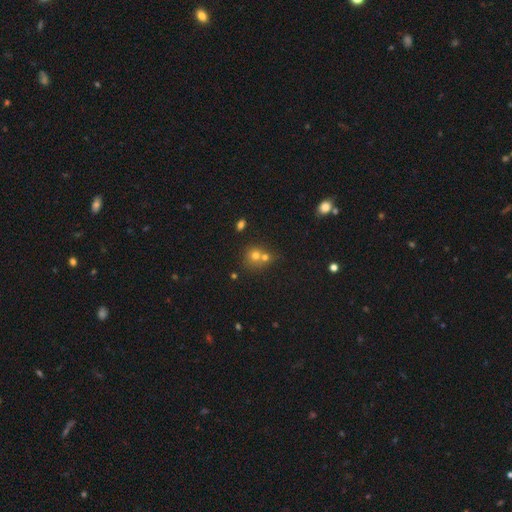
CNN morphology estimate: A smooth galaxy with no disk features (67%) that is round (82%). Merging: merger (52%).